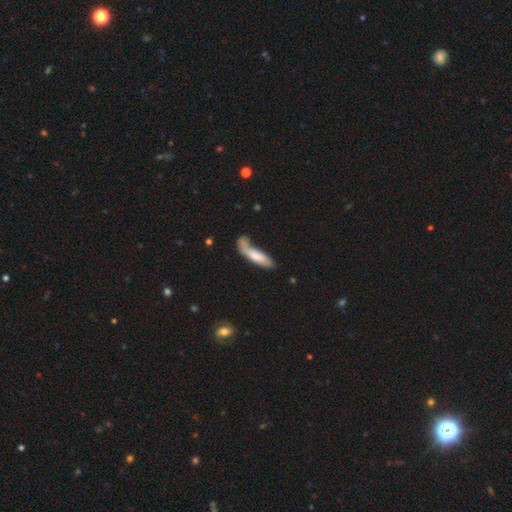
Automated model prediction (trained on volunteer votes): Smooth or featured? smooth (68%)
How rounded? cigar-shaped (60%)
Merging? none (40%)